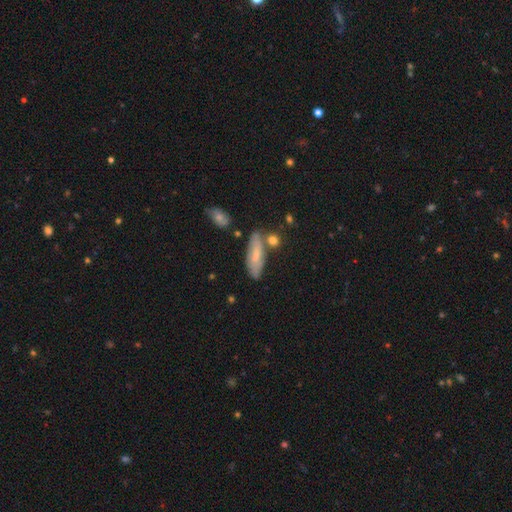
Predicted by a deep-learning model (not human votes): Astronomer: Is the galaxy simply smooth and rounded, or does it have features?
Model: smooth — 64%.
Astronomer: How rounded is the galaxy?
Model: in between — 59% (runner-up: cigar-shaped, 39%).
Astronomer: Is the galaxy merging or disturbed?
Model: none — 66%.